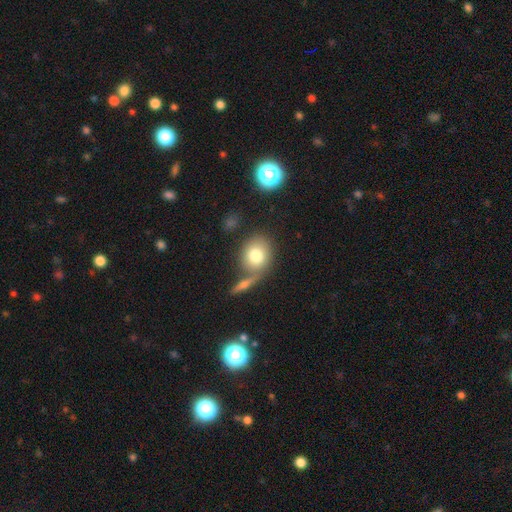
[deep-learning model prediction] This is likely a smooth galaxy (76%). How rounded: possibly round (60%). Merging: possibly none (58%).